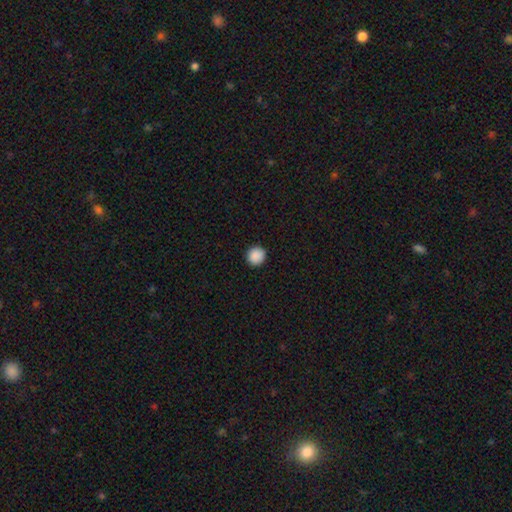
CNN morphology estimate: This appears to be a smooth galaxy with no disk features (89%) that is round (92%). Merging: none (92%).